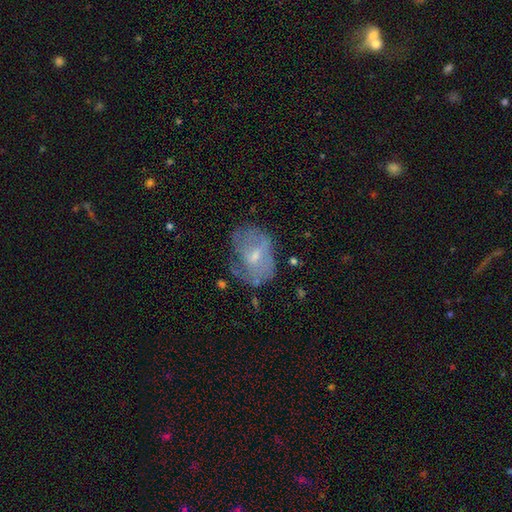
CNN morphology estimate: smooth_or_featured: featured or disk (p=0.55) [alt: smooth p=0.37]
disk_edge_on: no (p=0.96) [alt: yes p=0.04]
bar: no (p=0.51) [alt: weak p=0.41]
has_spiral_arms: no (p=0.51) [alt: yes p=0.49]
bulge_size: small (p=0.54) [alt: moderate p=0.38]
merging: none (p=0.44) [alt: minor disturbance p=0.30]